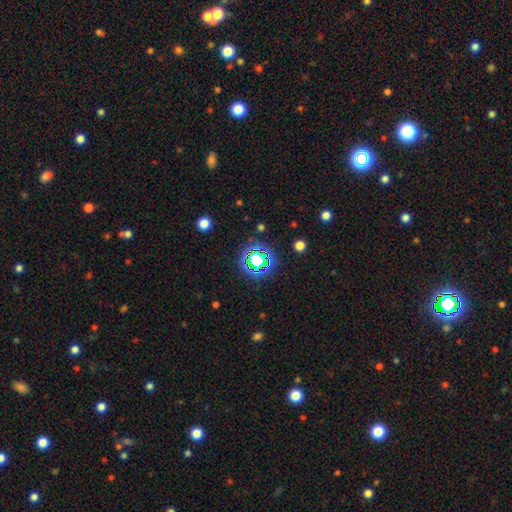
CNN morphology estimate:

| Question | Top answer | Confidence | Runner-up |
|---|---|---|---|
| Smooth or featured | star or artifact | 66% | smooth (23%) |